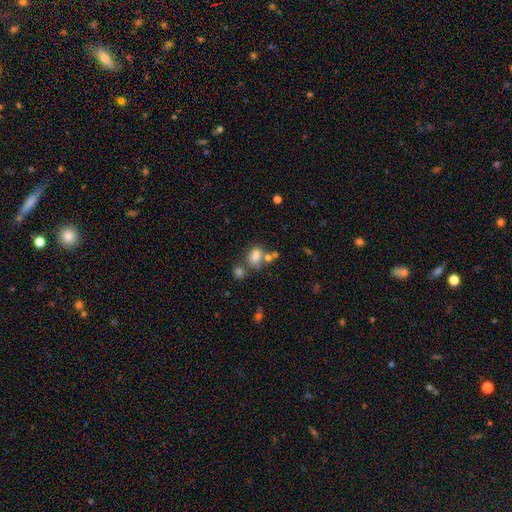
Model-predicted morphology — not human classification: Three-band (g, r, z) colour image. It shows a smooth galaxy with no disk features (77%) that is in between round and cigar-shaped (77%). Merging: none (44%).